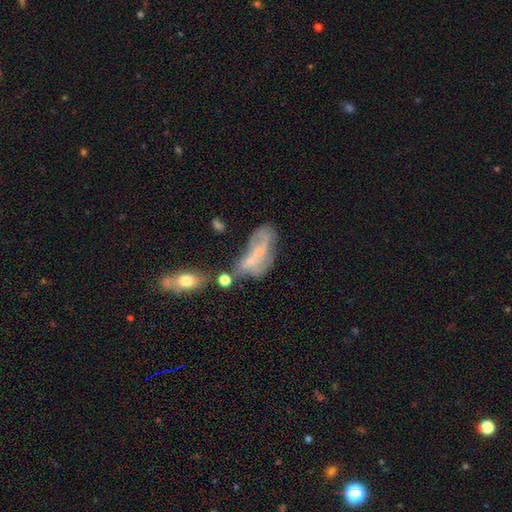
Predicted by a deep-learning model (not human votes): This is likely a featured or disk galaxy (61%). It is clearly not viewed edge-on (89%). Bar: possibly no (51%). Spiral arm pattern: possibly yes (60%). Central bulge: possibly small (51%). Merging: marginally none (34%).